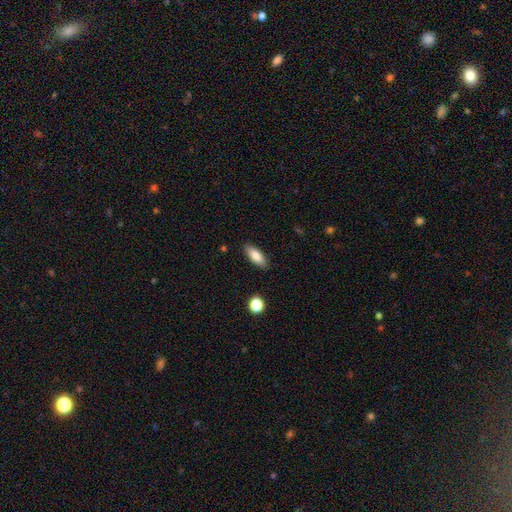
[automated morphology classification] This is clearly a smooth galaxy (83%). How rounded: likely in between (75%). Merging: clearly none (87%).